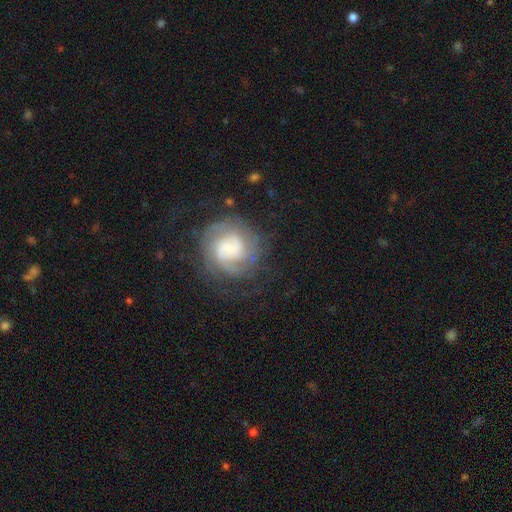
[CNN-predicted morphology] The model was most divided on "bulge size": large: 39%, moderate: 32%, small: 13%, dominant: 9%, none: 7%. More confident: edge-on disk — no (96%); spiral arms — yes (85%); merging — none (78%); smooth or featured — featured or disk (59%); bar — no (57%).